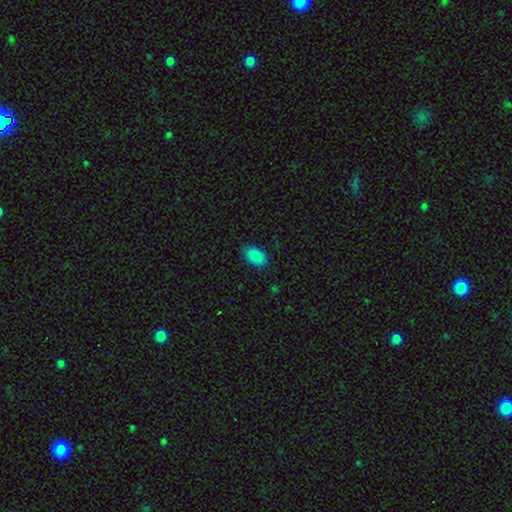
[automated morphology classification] Q: Smooth or featured?
A: smooth (88%); runner-up: star or artifact (9%)
Q: How rounded?
A: in between (92%); runner-up: round (6%)
Q: Merging?
A: none (85%); runner-up: minor disturbance (12%)